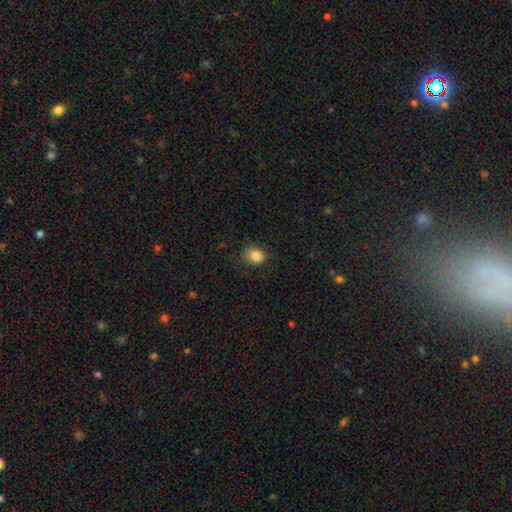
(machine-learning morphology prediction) Smooth or featured: smooth — 85% (star or artifact — 10%)
How rounded: round — 63% (in between — 37%)
Merging: none — 74% (minor disturbance — 20%)